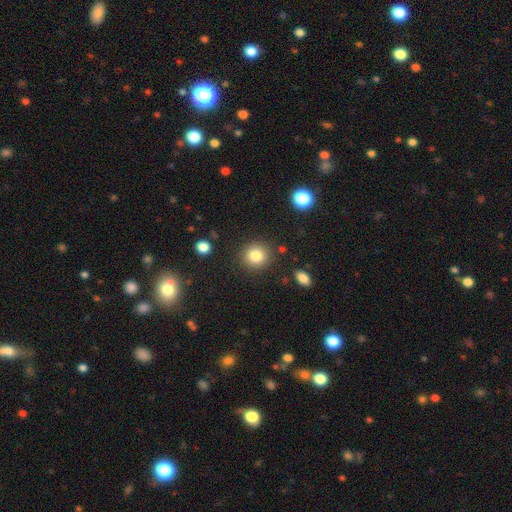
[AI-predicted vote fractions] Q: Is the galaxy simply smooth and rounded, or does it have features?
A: smooth — 82%.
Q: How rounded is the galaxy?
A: round — 89%.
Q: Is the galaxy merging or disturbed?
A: none — 87%.